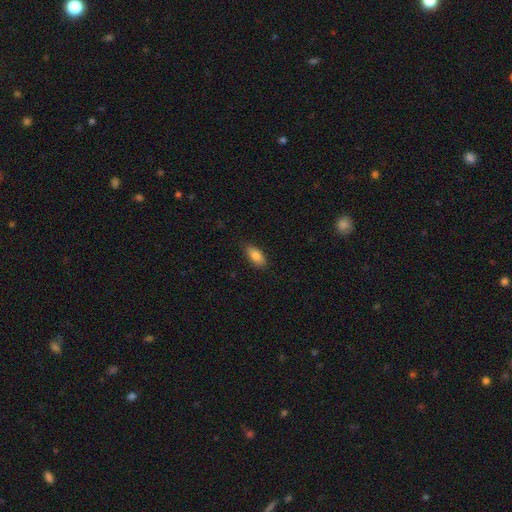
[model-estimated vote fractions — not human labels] This appears to be a smooth galaxy with no disk features (83%) that is in between round and cigar-shaped (88%). Merging: none (84%).